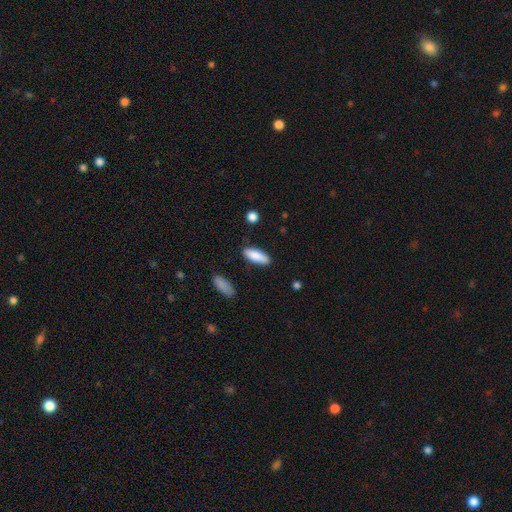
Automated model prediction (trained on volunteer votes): Smooth or featured?
  - smooth: 86% *
  - featured or disk: 8%
  - star or artifact: 6%
How rounded?
  - in between: 61% *
  - cigar-shaped: 37%
  - round: 2%
Merging?
  - none: 85% *
  - minor disturbance: 11%
  - major disturbance: 2%
  - merger: 2%